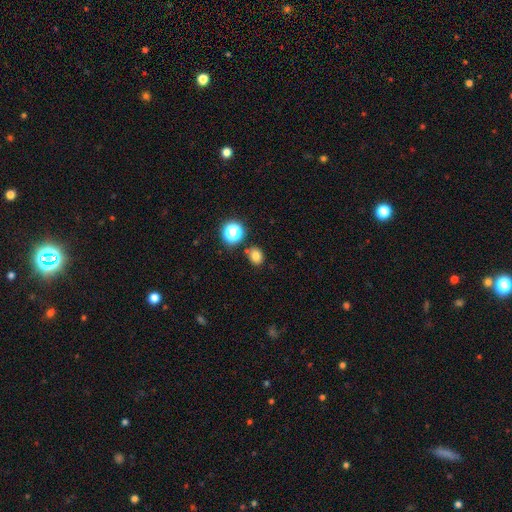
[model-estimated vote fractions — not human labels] Smooth or featured: smooth — 77% (star or artifact — 17%)
How rounded: round — 57% (in between — 42%)
Merging: none — 81% (minor disturbance — 10%)